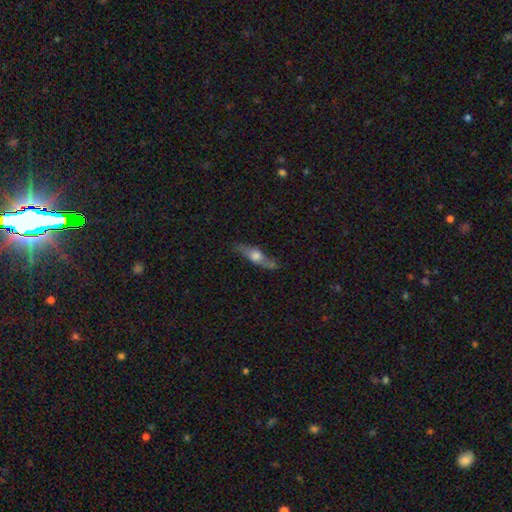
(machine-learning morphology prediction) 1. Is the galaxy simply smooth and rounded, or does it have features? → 56% featured or disk, 38% smooth, 6% star or artifact.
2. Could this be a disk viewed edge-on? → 89% yes, 11% no.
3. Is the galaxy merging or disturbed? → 78% none, 16% minor disturbance, 4% major disturbance, 2% merger.